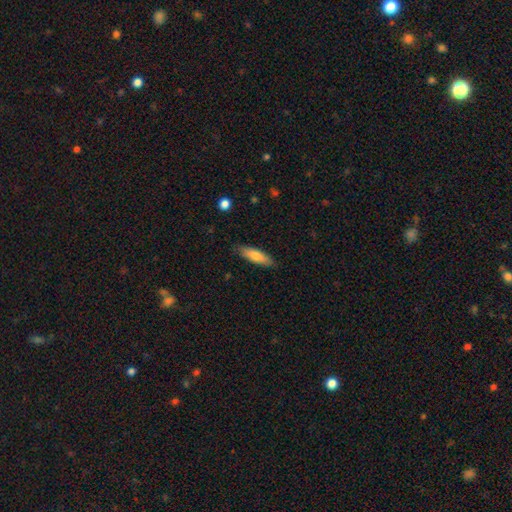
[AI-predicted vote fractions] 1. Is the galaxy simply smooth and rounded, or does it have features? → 74% smooth, 20% featured or disk, 6% star or artifact.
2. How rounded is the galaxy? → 60% cigar-shaped, 38% in between, 2% round.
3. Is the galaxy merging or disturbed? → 86% none, 11% minor disturbance, 2% major disturbance, 1% merger.